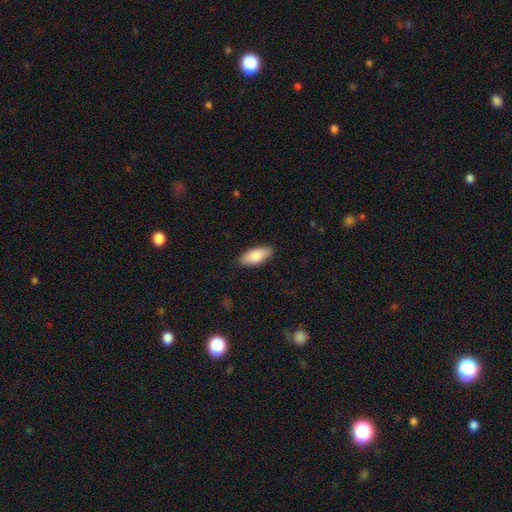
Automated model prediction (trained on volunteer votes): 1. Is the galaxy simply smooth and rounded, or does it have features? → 82% smooth, 12% featured or disk, 6% star or artifact.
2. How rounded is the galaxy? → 89% in between, 9% cigar-shaped, 2% round.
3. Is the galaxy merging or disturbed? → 88% none, 9% minor disturbance, 2% major disturbance, 1% merger.